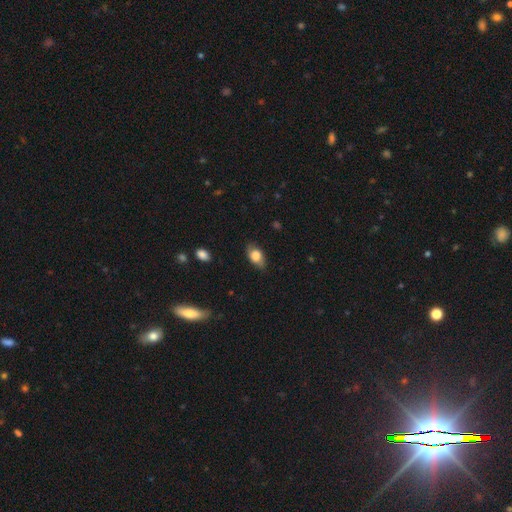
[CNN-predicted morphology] smooth_or_featured: smooth (p=0.77) [alt: featured or disk p=0.16]
how_rounded: in between (p=0.85) [alt: round p=0.12]
merging: none (p=0.74) [alt: minor disturbance p=0.21]